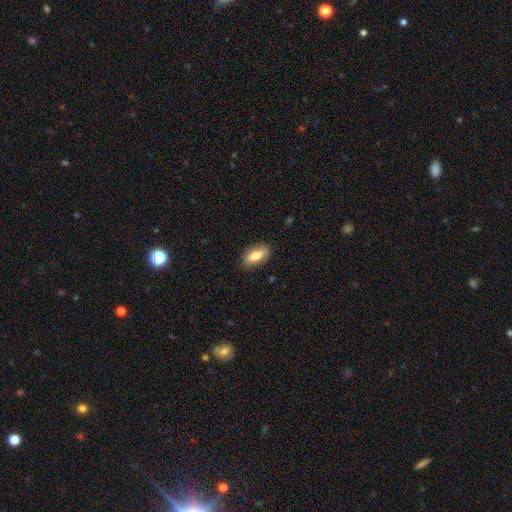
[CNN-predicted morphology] A smooth galaxy with no disk features (76%) that is in between round and cigar-shaped (83%). Merging: none (85%).